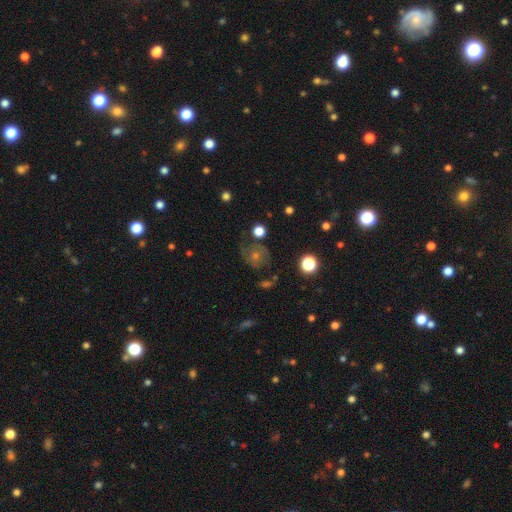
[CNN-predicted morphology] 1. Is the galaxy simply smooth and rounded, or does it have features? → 43% featured or disk, 31% smooth, 25% star or artifact.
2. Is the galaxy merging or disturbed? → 66% none, 17% minor disturbance, 12% major disturbance, 5% merger.